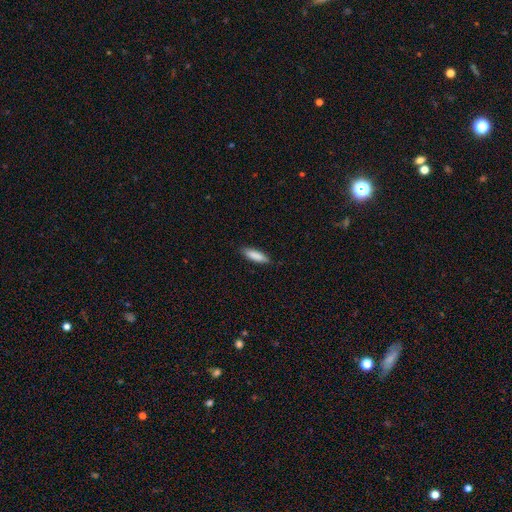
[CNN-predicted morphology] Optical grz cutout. It shows a smooth galaxy with no disk features (87%) that is cigar-shaped (59%). Merging: none (87%).